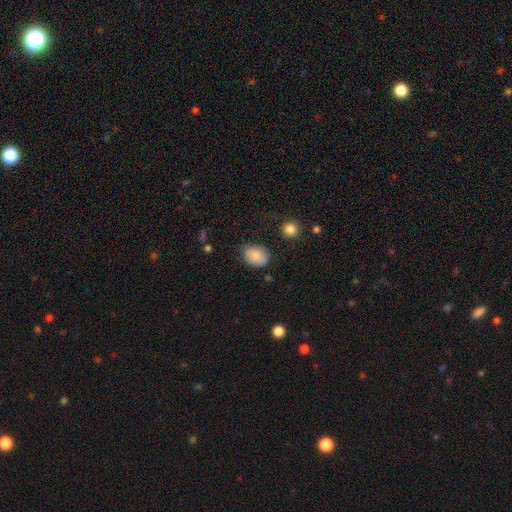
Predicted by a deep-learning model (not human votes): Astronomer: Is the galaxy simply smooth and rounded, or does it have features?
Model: smooth — 83%.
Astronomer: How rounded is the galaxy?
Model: in between — 65%.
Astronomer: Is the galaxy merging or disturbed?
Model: none — 68%.